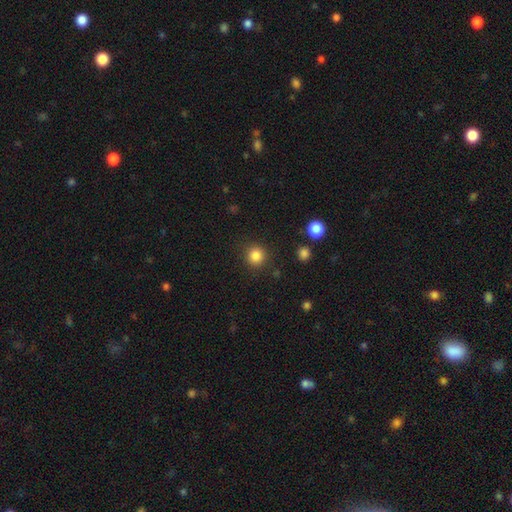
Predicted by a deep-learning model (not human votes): Q: Smooth or featured?
A: smooth (84%); runner-up: star or artifact (11%)
Q: How rounded?
A: round (93%); runner-up: in between (6%)
Q: Merging?
A: none (90%); runner-up: minor disturbance (6%)